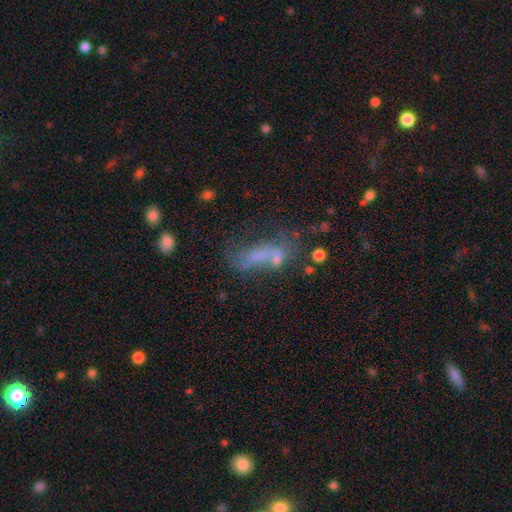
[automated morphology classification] This appears to be a smooth galaxy with no disk features (44%). Merging: major disturbance (32%).